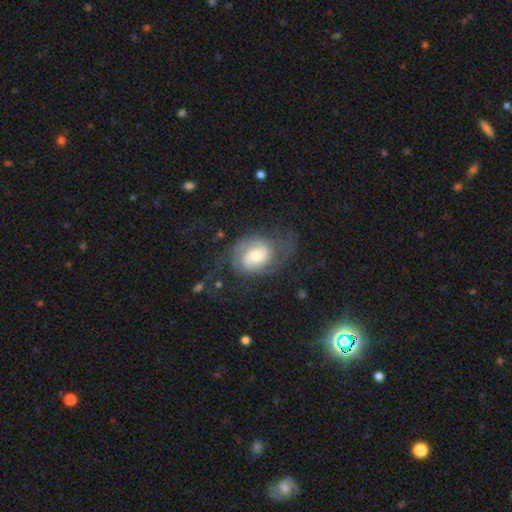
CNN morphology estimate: Smooth or featured? featured or disk (73%)
Edge-on disk? no (97%)
Bar? no (57%)
Spiral arms? yes (92%)
Spiral winding? medium (44%)
Spiral arm count? 2 (71%)
Bulge size? moderate (45%)
Merging? none (52%)